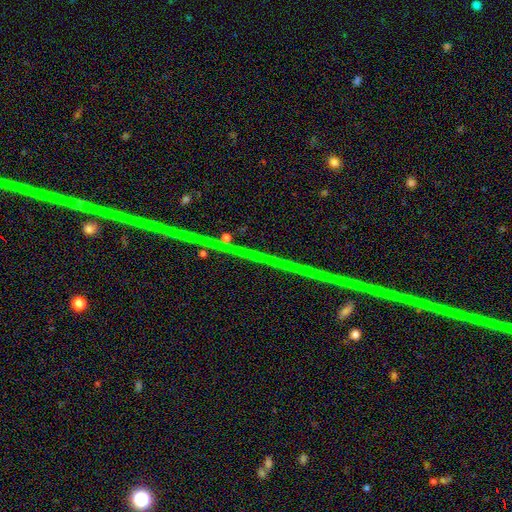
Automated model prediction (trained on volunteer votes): The model was most divided on "smooth or featured": star or artifact: 76%, featured or disk: 16%, smooth: 8%.